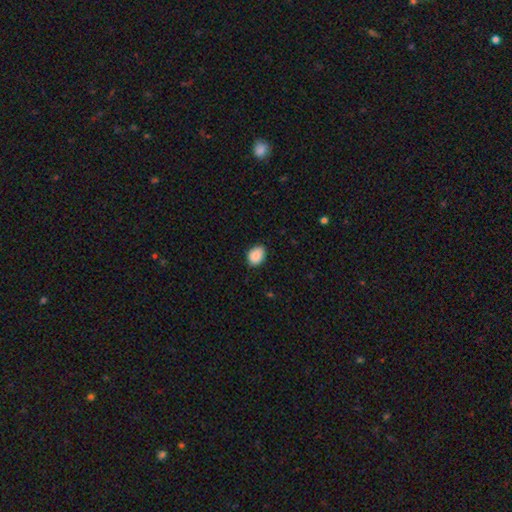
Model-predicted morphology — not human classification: A smooth galaxy with no disk features (88%) that is in between round and cigar-shaped (69%). Merging: none (79%).